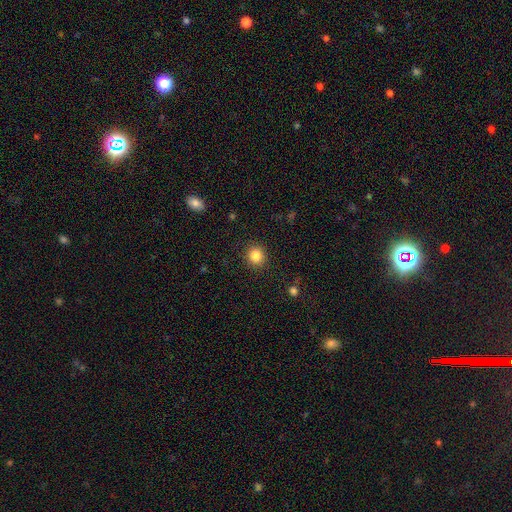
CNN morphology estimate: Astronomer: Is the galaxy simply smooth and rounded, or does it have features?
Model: smooth — 84%.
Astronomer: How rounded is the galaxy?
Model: round — 90%.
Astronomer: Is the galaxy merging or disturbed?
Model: none — 90%.